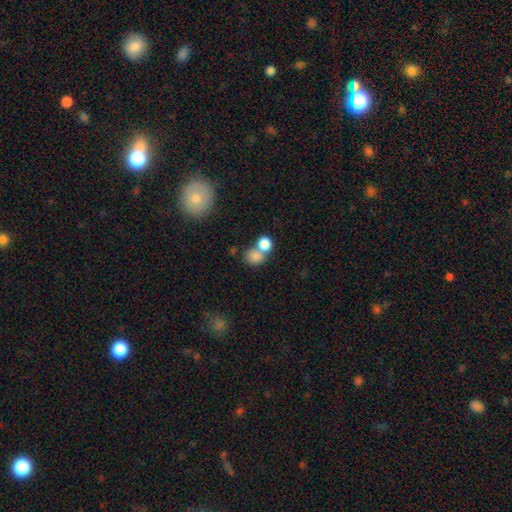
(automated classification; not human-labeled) smooth-or-featured: smooth: 81% | star or artifact: 11% | featured or disk: 8%
  how-rounded: round: 73% | in between: 26% | cigar-shaped: 1%
  merging: merger: 51% | none: 37% | minor disturbance: 8% | major disturbance: 4%